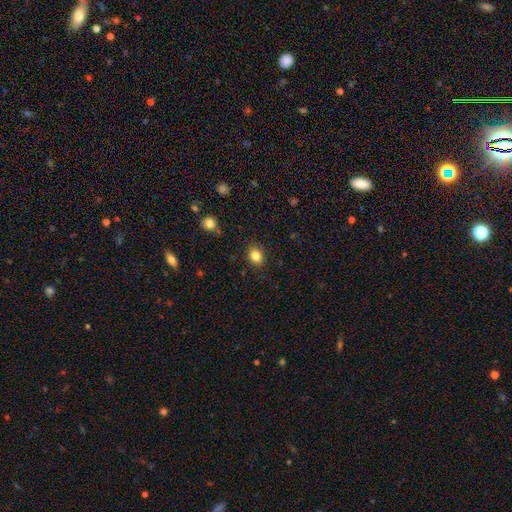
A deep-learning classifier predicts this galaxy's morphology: A smooth galaxy with no disk features (84%) that is round (53%). Merging: none (88%).